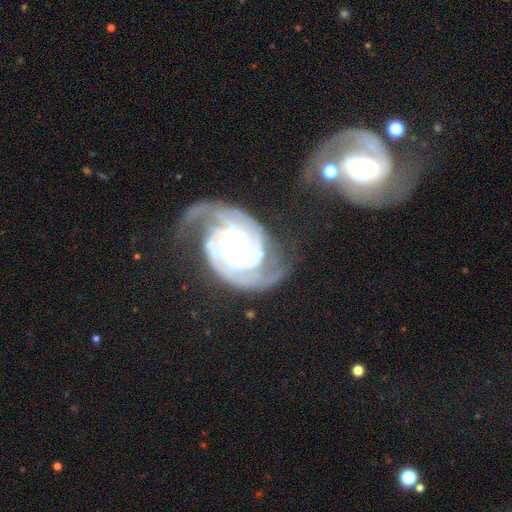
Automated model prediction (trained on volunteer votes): featured or disk 90%, smooth 6%, star or artifact 5%. Down the decision tree: edge-on disk — no (97%); bar — no (72%); spiral arms — yes (96%); spiral arm count — 2 (46%); spiral winding — tight (65%); bulge size — moderate (66%); merging — none (55%).